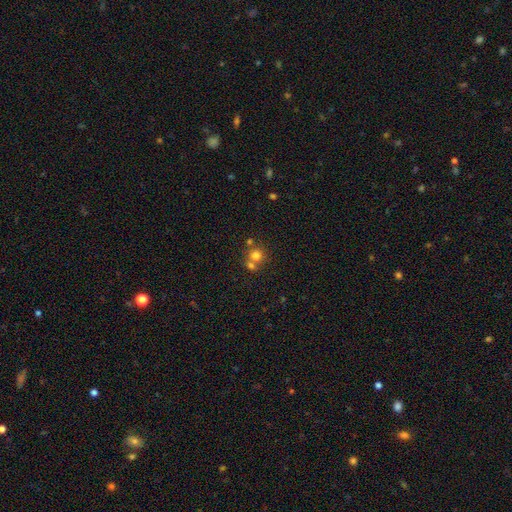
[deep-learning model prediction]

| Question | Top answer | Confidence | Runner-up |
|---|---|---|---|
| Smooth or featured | smooth | 74% | star or artifact (15%) |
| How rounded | round | 88% | in between (11%) |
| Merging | none | 50% | merger (42%) |